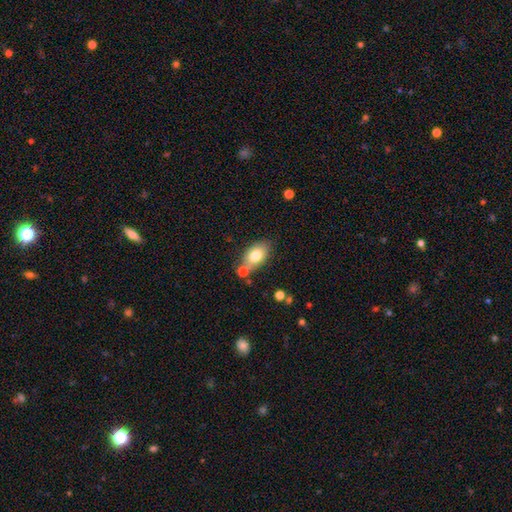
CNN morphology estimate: Smooth or featured?
  - smooth: 78% *
  - featured or disk: 14%
  - star or artifact: 8%
How rounded?
  - in between: 89% *
  - round: 9%
  - cigar-shaped: 2%
Merging?
  - none: 64% *
  - merger: 18%
  - minor disturbance: 15%
  - major disturbance: 4%